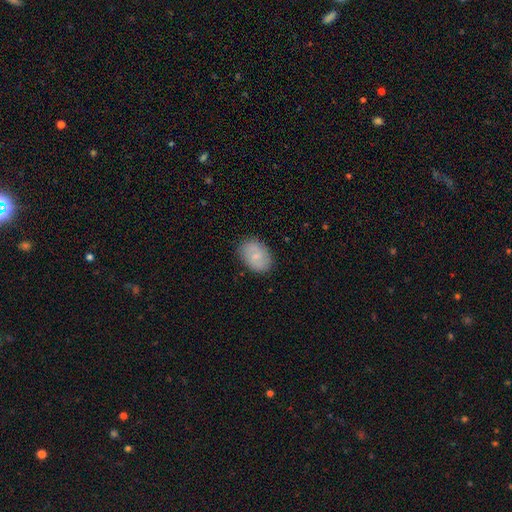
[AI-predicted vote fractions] Smooth or featured: smooth — 62% (featured or disk — 31%)
How rounded: in between — 80% (round — 18%)
Merging: none — 84% (minor disturbance — 12%)